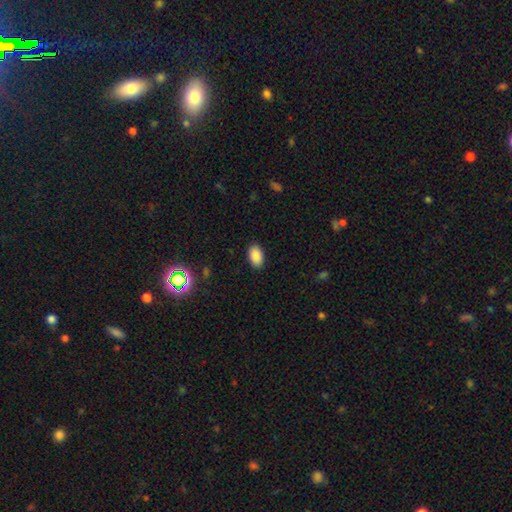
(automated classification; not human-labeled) This appears to be a smooth galaxy with no disk features (87%) that is in between round and cigar-shaped (92%). Merging: none (88%).